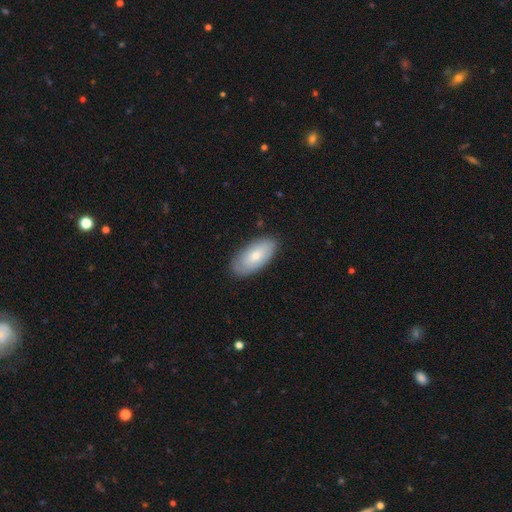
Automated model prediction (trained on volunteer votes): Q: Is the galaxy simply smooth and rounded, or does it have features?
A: smooth — 73%.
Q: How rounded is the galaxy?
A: in between — 93%.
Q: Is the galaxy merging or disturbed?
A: none — 84%.